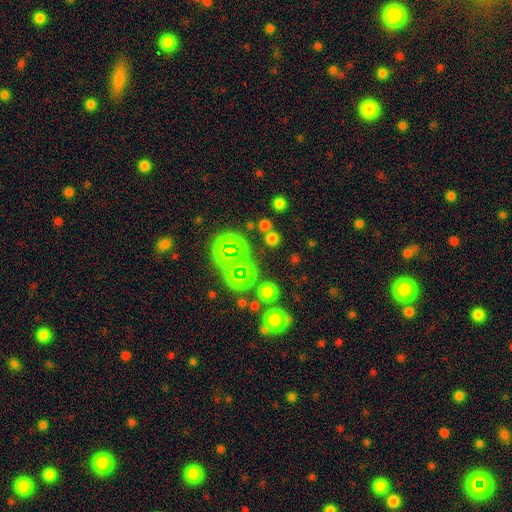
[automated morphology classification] smooth-or-featured: star or artifact: 38% | featured or disk: 37% | smooth: 25%